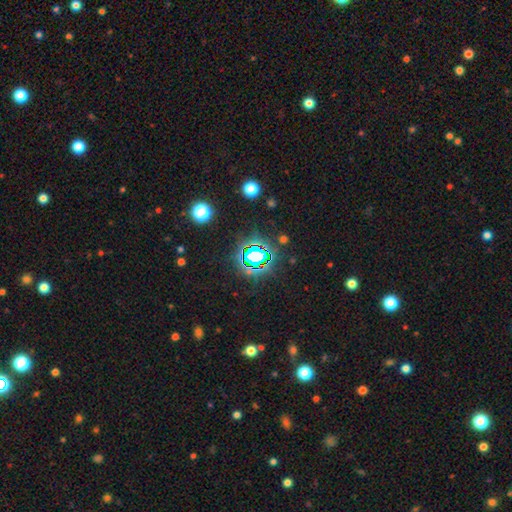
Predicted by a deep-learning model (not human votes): This appears to be a star or artifact, not a galaxy (75%).